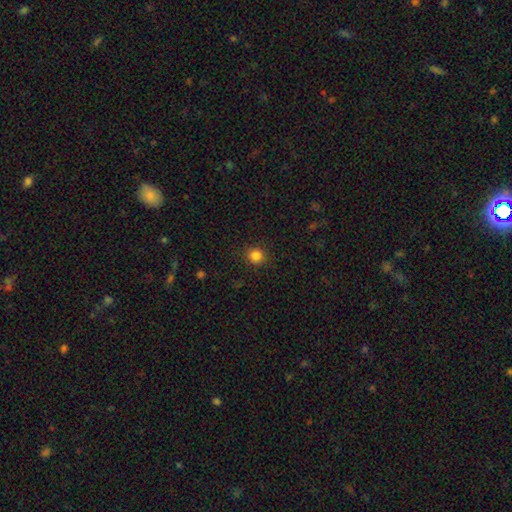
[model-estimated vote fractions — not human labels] Morphology: type=smooth (84%); roundness=round (89%); merging=none (89%).